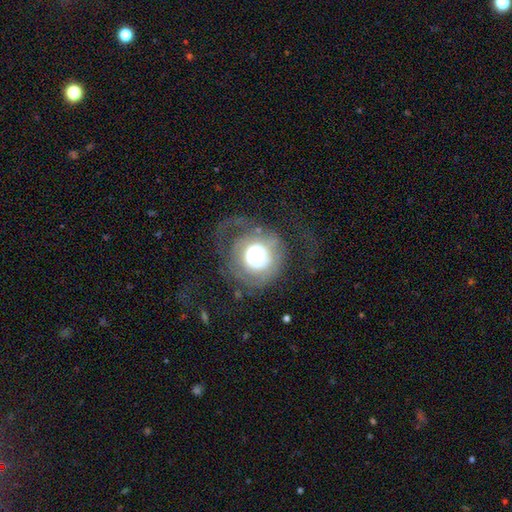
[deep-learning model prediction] Smooth or featured? featured or disk (52%)
Edge-on disk? no (97%)
Bar? no (84%)
Spiral arms? yes (58%)
Bulge size? large (46%)
Merging? major disturbance (42%)